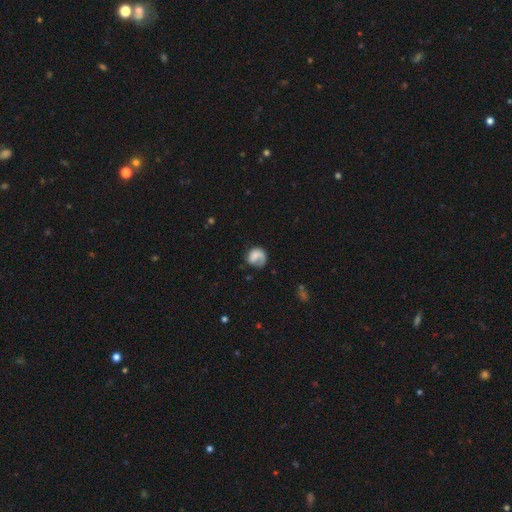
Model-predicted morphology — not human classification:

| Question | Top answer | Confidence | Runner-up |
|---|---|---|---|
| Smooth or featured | smooth | 49% | featured or disk (43%) |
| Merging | none | 44% | major disturbance (30%) |